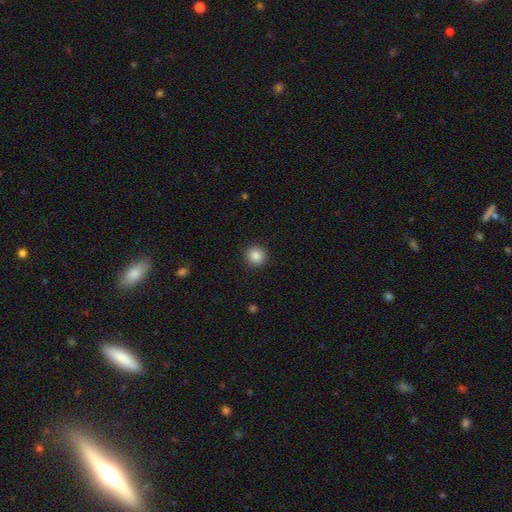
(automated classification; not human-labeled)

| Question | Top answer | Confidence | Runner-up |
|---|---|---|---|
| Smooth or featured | smooth | 87% | star or artifact (9%) |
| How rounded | round | 92% | in between (7%) |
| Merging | none | 92% | minor disturbance (5%) |